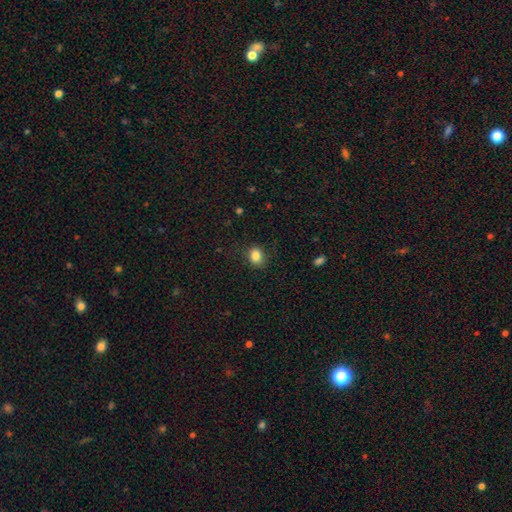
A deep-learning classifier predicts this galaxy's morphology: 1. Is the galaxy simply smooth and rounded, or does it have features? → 85% smooth, 10% star or artifact, 5% featured or disk.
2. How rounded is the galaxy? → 53% round, 46% in between, 1% cigar-shaped.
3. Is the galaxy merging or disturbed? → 82% none, 13% minor disturbance, 4% major disturbance, 1% merger.